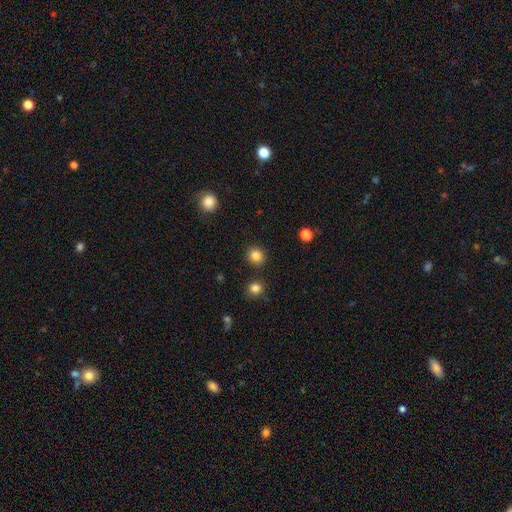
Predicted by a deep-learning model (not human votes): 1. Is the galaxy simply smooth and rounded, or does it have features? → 84% smooth, 11% star or artifact, 4% featured or disk.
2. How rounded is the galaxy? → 90% round, 9% in between, 1% cigar-shaped.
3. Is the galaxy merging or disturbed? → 90% none, 5% minor disturbance, 2% merger, 2% major disturbance.